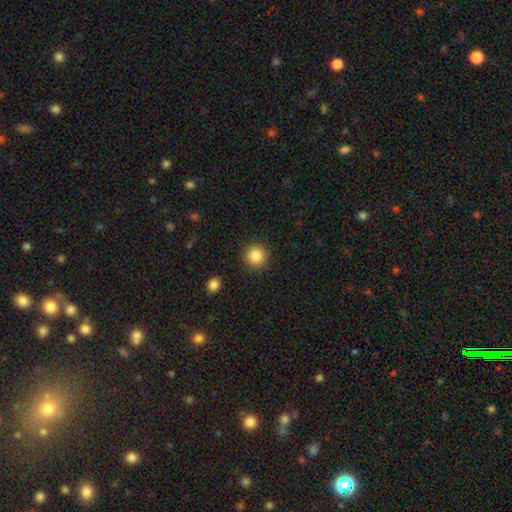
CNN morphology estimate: A smooth galaxy with no disk features (86%) that is round (94%).

Vote fractions:
- Smooth or featured? smooth: 86% / star or artifact: 10% / featured or disk: 5%
- How rounded? round: 94% / in between: 5% / cigar-shaped: 1%
- Merging? none: 90% / minor disturbance: 6% / major disturbance: 2% / merger: 1%